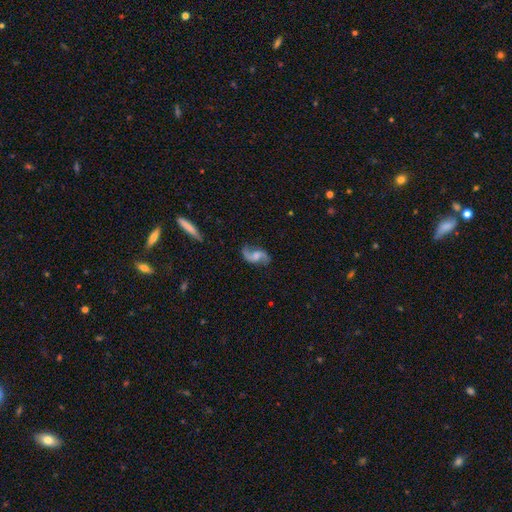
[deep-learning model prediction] Smooth or featured?
  - featured or disk: 87% *
  - smooth: 8%
  - star or artifact: 6%
Edge-on disk?
  - no: 97% *
  - yes: 3%
Bar?
  - no: 48% *
  - weak: 42%
  - strong: 10%
Spiral arms?
  - yes: 96% *
  - no: 4%
Spiral winding?
  - loose: 76% *
  - medium: 20%
  - tight: 4%
Spiral arm count?
  - 2: 93% *
  - 1: 2%
  - can't tell: 2%
  - 3: 1%
  - 4: 1%
  - more than 4: 1%
Bulge size?
  - moderate: 39% *
  - small: 29%
  - none: 21%
  - large: 8%
  - dominant: 2%
Merging?
  - none: 78% *
  - minor disturbance: 14%
  - major disturbance: 6%
  - merger: 2%